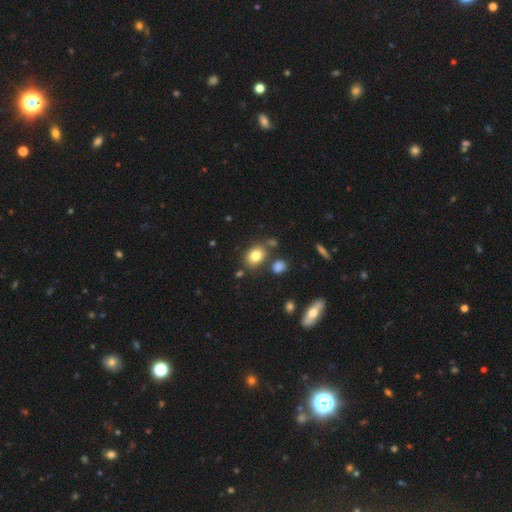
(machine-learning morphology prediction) Smooth or featured? Predicted: smooth (p=0.80). How rounded? Predicted: in between (p=0.63). Merging? Predicted: none (p=0.73).